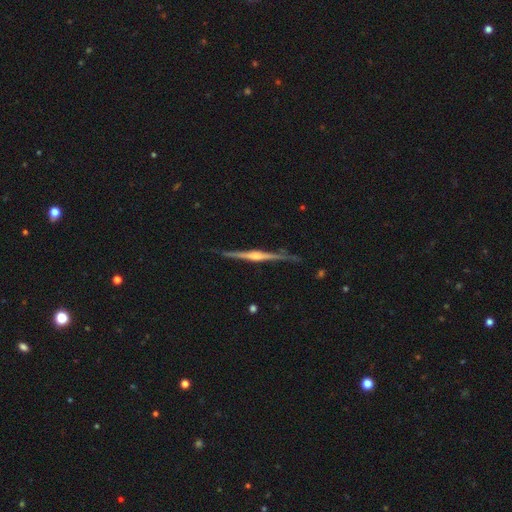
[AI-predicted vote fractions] A featured or disk galaxy (85%) viewed edge-on (98%) with a rounded central bulge (83%). Merging: none (86%).